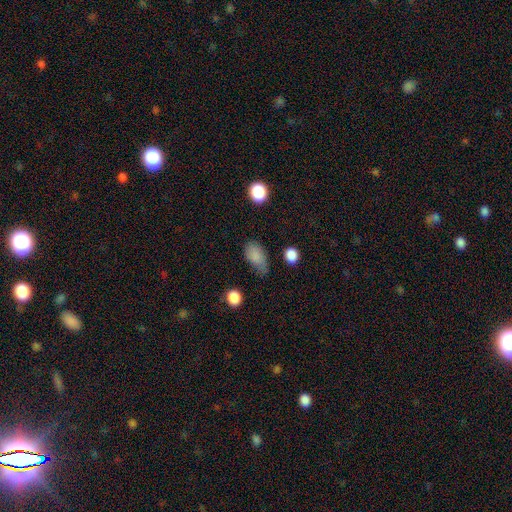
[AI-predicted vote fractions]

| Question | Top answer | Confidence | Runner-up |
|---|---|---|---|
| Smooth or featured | smooth | 83% | star or artifact (9%) |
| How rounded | in between | 90% | round (8%) |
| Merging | none | 43% | minor disturbance (39%) |